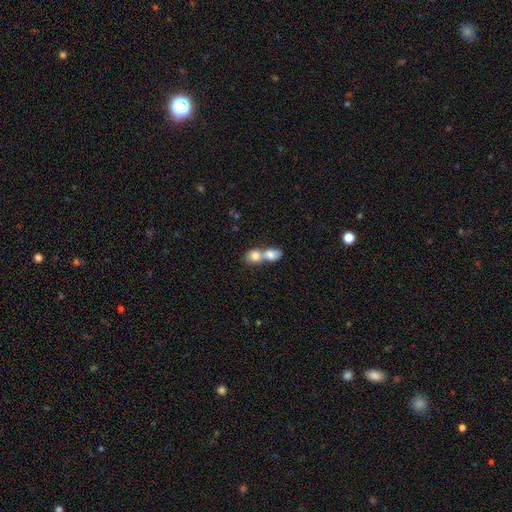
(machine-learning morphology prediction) This appears to be a smooth galaxy with no disk features (76%) that is in between round and cigar-shaped (52%). Merging: merger (80%).